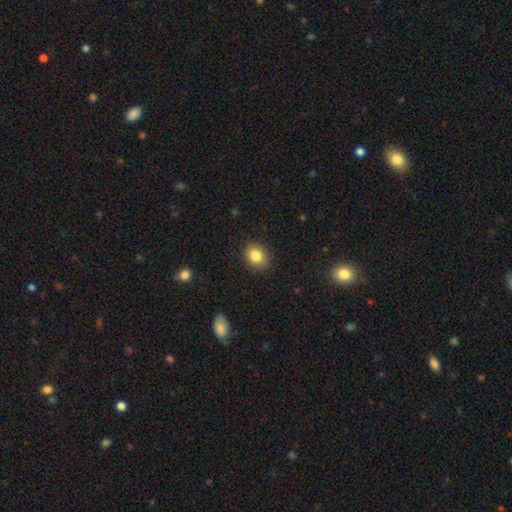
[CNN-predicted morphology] Smooth or featured? Predicted: smooth (p=0.83). How rounded? Predicted: in between (p=0.52). Merging? Predicted: none (p=0.87).